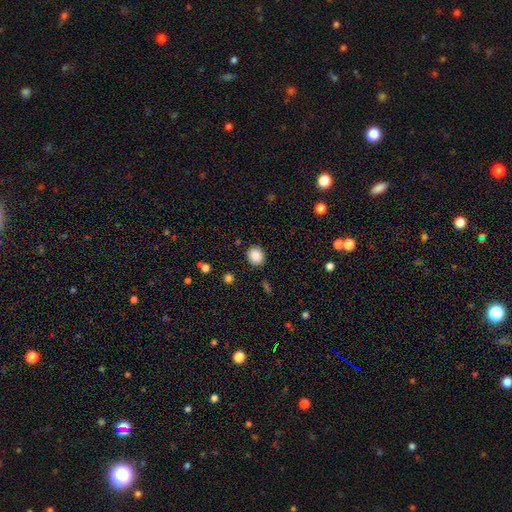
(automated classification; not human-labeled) This is clearly a smooth galaxy (87%). How rounded: likely round (71%). Merging: clearly none (88%).